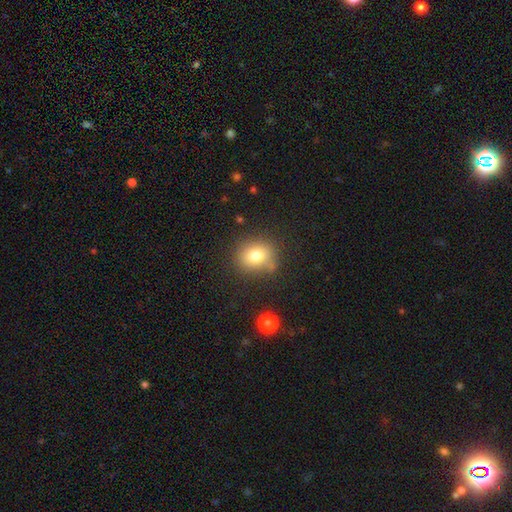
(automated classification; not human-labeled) This appears to be a smooth galaxy with no disk features (77%) that is round (70%). Merging: none (73%).